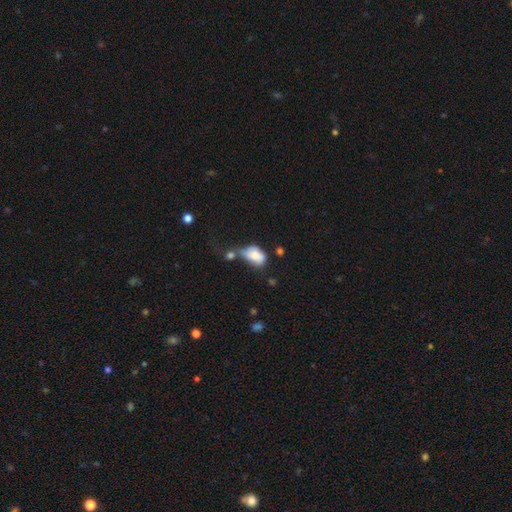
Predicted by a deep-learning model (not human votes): Smooth or featured: smooth — 68% (featured or disk — 23%)
How rounded: in between — 82% (round — 16%)
Merging: merger — 39% (minor disturbance — 21%)